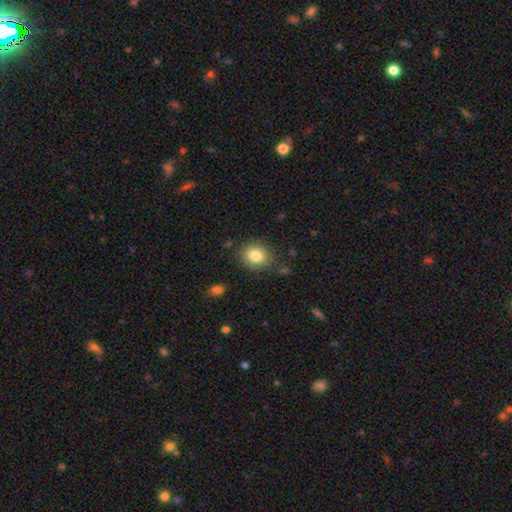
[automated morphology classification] A smooth galaxy with no disk features (82%) that is round (66%). Merging: none (84%).